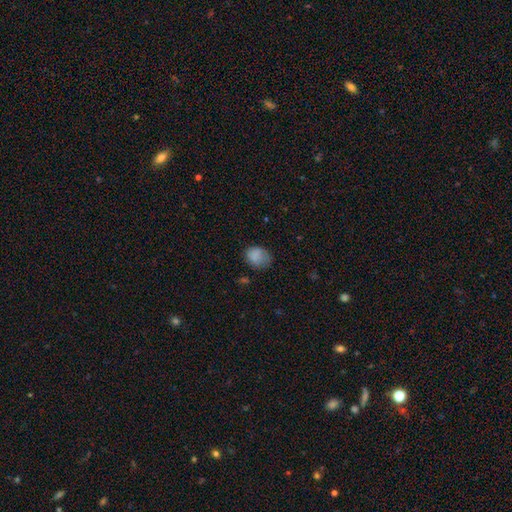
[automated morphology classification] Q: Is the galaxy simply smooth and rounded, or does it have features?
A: smooth — 82%.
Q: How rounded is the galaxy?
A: in between — 50%.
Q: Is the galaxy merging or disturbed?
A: none — 59%.